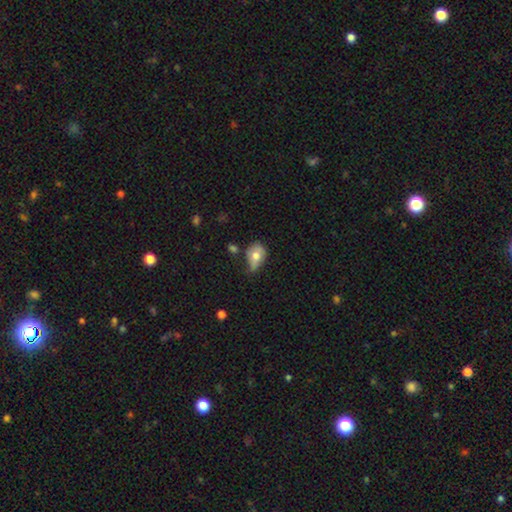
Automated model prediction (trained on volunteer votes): Smooth or featured?
  - smooth: 70% *
  - featured or disk: 22%
  - star or artifact: 8%
How rounded?
  - in between: 74% *
  - round: 25%
  - cigar-shaped: 2%
Merging?
  - minor disturbance: 44% *
  - none: 30%
  - major disturbance: 19%
  - merger: 7%